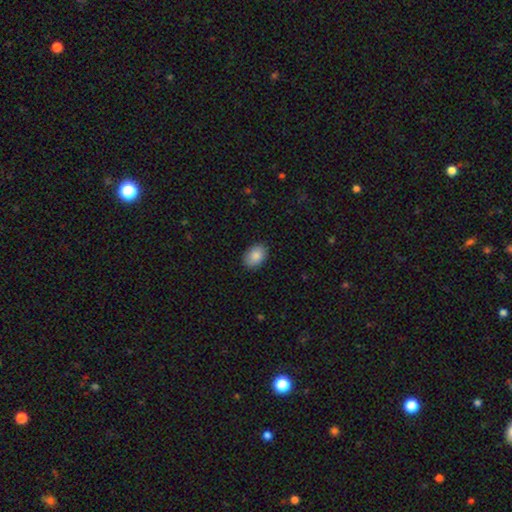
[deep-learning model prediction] The model was most divided on "how rounded": in between: 81%, round: 18%, cigar-shaped: 1%. More confident: merging — none (87%); smooth or featured — smooth (86%).